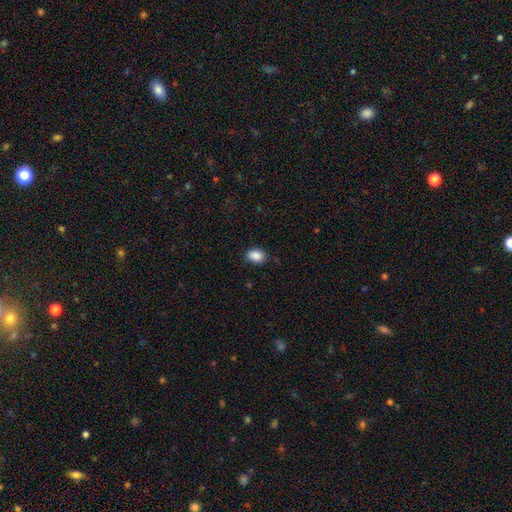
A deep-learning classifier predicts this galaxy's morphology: smooth-or-featured: smooth: 89% | star or artifact: 8% | featured or disk: 3%
  how-rounded: in between: 78% | round: 21% | cigar-shaped: 1%
  merging: none: 84% | minor disturbance: 12% | major disturbance: 3% | merger: 1%